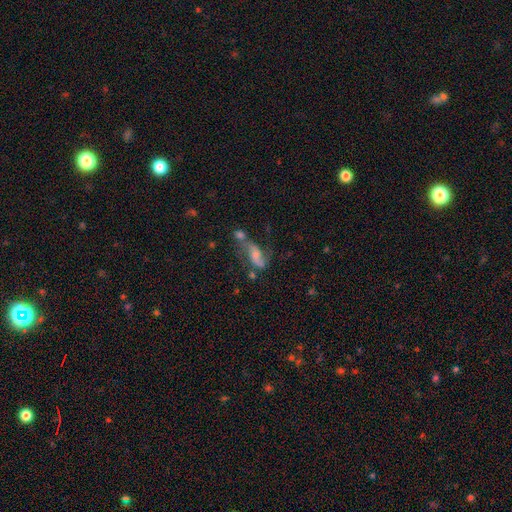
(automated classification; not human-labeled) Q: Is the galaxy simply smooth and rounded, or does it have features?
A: featured or disk — 46%.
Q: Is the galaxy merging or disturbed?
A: merger — 32%.